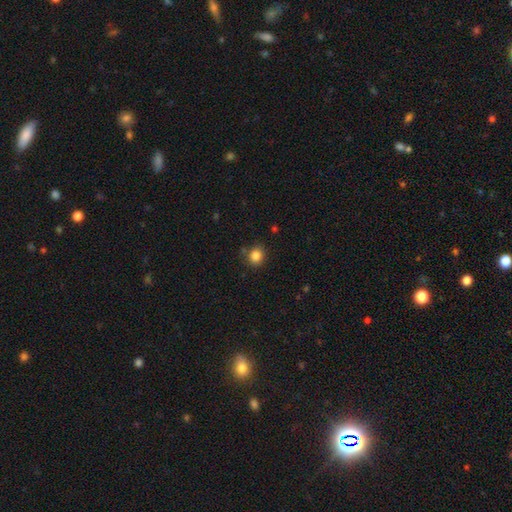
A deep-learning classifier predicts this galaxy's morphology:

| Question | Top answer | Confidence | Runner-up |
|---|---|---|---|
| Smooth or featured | smooth | 85% | star or artifact (11%) |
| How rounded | round | 83% | in between (16%) |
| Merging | none | 83% | minor disturbance (11%) |